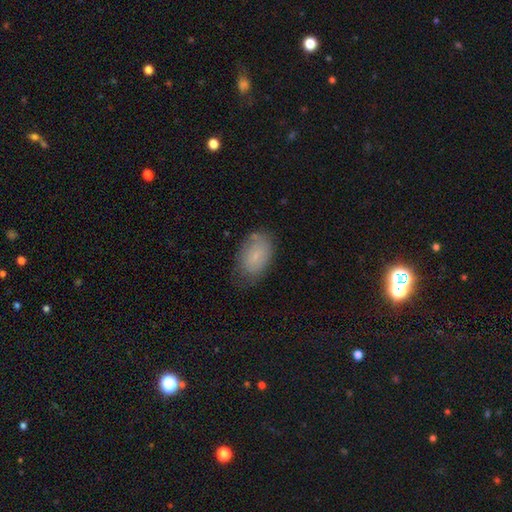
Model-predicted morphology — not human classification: Smooth or featured? smooth (67%)
How rounded? in between (90%)
Merging? none (65%)